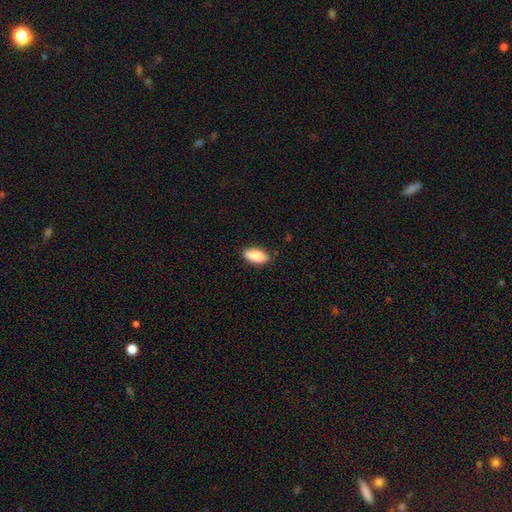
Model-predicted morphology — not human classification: Smooth or featured?
  - smooth: 87% *
  - featured or disk: 7%
  - star or artifact: 6%
How rounded?
  - in between: 87% *
  - cigar-shaped: 11%
  - round: 2%
Merging?
  - none: 87% *
  - minor disturbance: 10%
  - major disturbance: 2%
  - merger: 1%